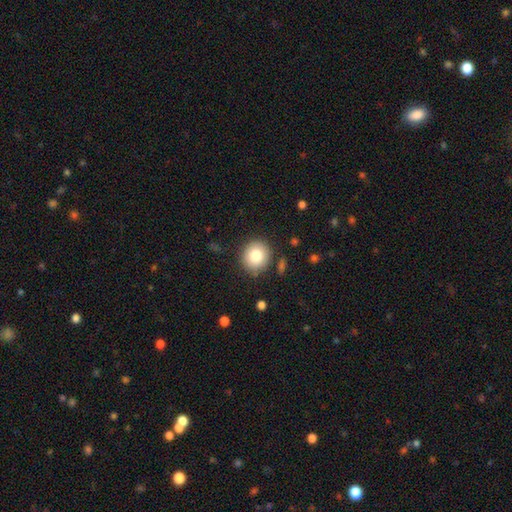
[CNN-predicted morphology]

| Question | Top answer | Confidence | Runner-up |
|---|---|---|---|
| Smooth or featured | smooth | 81% | featured or disk (10%) |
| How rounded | round | 83% | in between (16%) |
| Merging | none | 86% | minor disturbance (9%) |